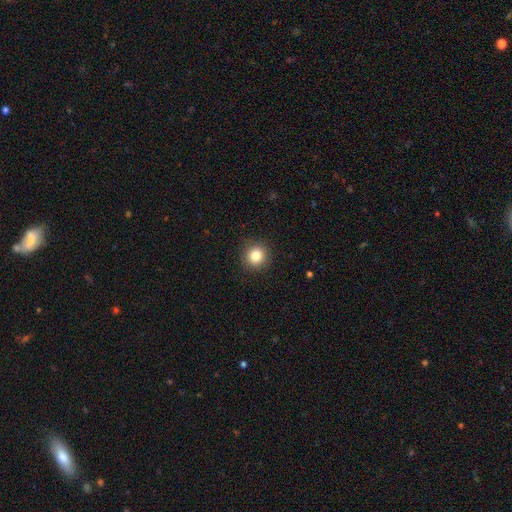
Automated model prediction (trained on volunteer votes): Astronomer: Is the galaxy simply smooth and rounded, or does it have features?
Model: smooth — 83%.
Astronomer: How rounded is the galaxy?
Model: round — 94%.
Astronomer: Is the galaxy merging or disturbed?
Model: none — 91%.